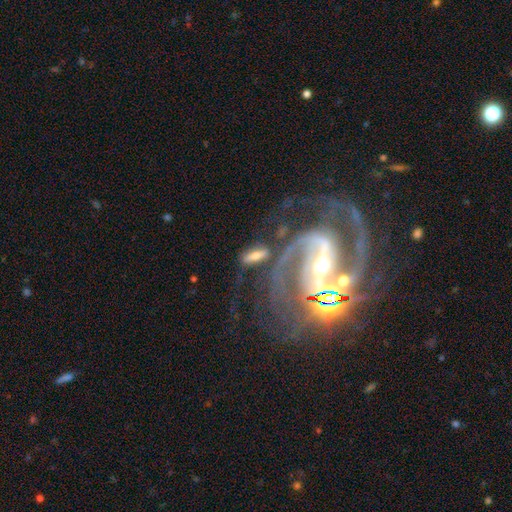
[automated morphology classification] Smooth or featured: smooth — 47% (featured or disk — 44%)
Merging: none — 56% (minor disturbance — 18%)